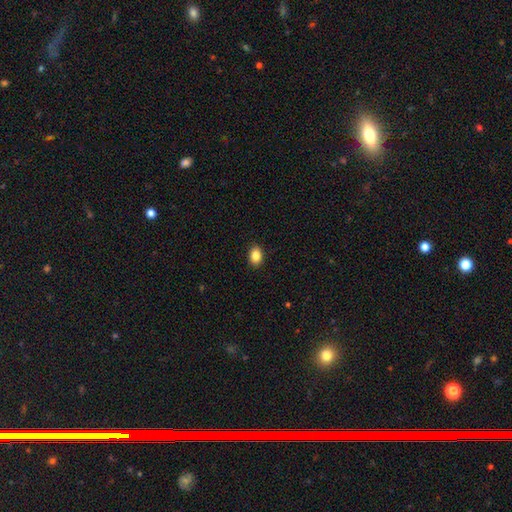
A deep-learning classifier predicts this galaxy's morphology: Overall: smooth (86%). How rounded: in between (72%). Merging: none (90%).